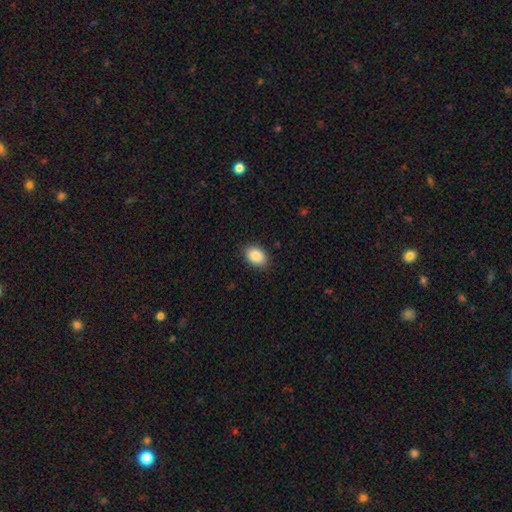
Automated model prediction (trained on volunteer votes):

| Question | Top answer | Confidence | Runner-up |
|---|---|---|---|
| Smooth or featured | smooth | 89% | star or artifact (7%) |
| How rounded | in between | 84% | round (15%) |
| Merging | none | 87% | minor disturbance (10%) |